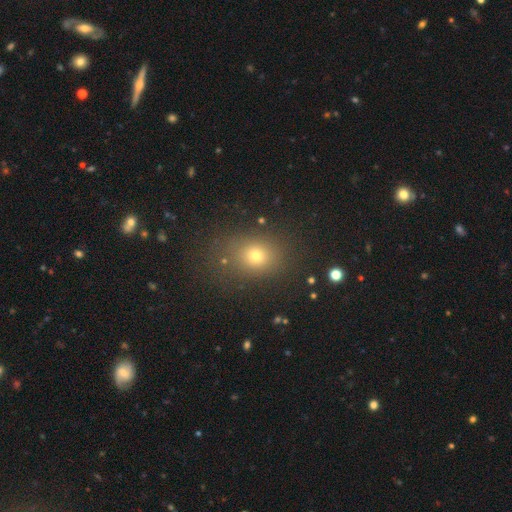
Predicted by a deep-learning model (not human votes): This is likely a smooth galaxy (72%). How rounded: possibly in between (50%). Merging: clearly none (80%).